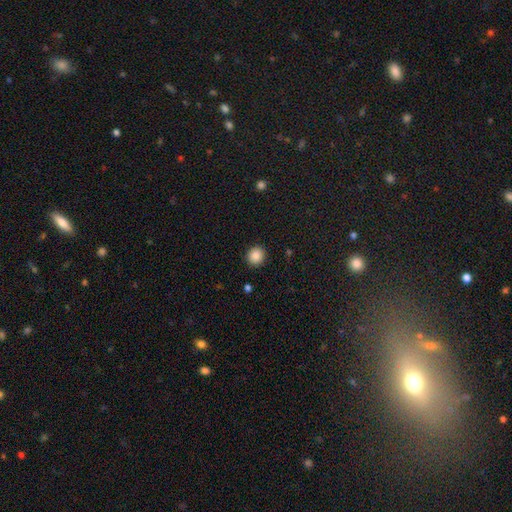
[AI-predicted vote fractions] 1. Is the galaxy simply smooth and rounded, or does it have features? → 88% smooth, 9% star or artifact, 3% featured or disk.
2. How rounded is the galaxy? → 88% round, 11% in between, 1% cigar-shaped.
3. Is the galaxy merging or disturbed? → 91% none, 6% minor disturbance, 2% major disturbance, 1% merger.